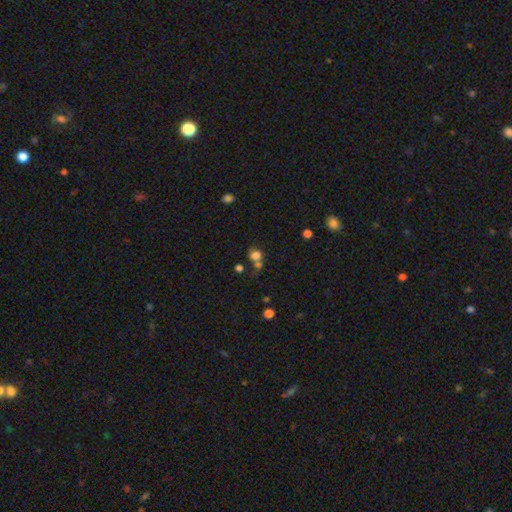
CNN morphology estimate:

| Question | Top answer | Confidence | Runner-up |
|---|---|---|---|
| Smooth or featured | smooth | 76% | star or artifact (16%) |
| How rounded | round | 76% | in between (23%) |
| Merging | none | 50% | merger (32%) |